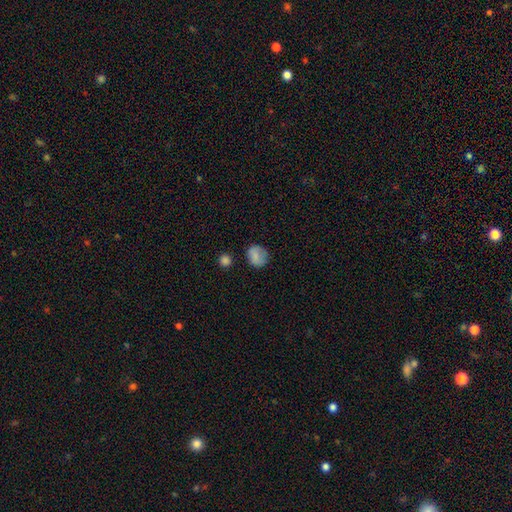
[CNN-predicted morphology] smooth 78%, featured or disk 12%, star or artifact 10%. Down the decision tree: how rounded — round (73%); merging — none (73%).